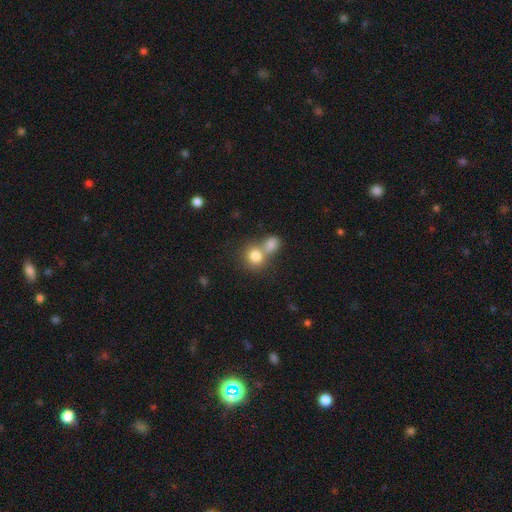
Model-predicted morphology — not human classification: This appears to be a smooth galaxy with no disk features (80%) that is round (79%). Merging: merger (52%).